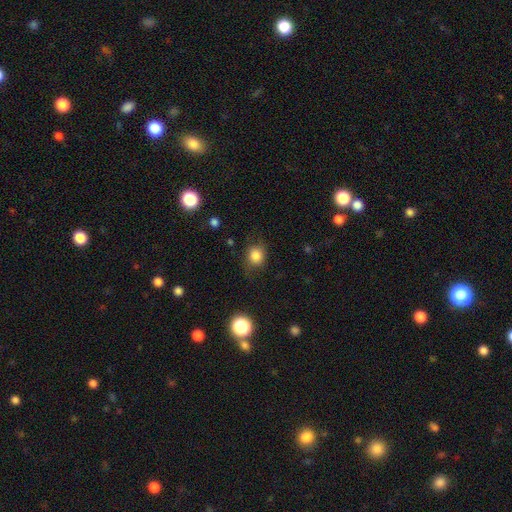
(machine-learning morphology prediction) This appears to be a smooth galaxy with no disk features (82%) that is round (65%). Merging: none (70%).